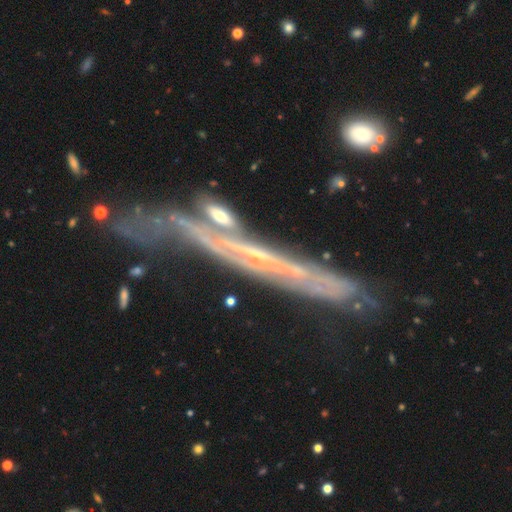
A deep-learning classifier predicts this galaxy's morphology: This is likely a featured or disk galaxy (77%). It is clearly viewed edge-on (81%). Edge-on bulge: likely none (72%). Merging: possibly none (59%).